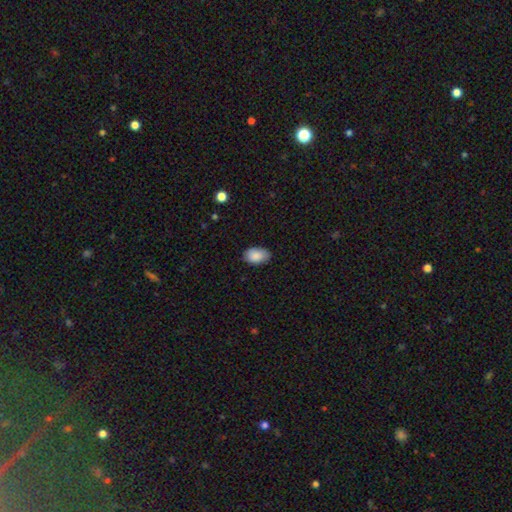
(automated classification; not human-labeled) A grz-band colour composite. It shows a smooth galaxy with no disk features (88%) that is in between round and cigar-shaped (91%). Merging: none (81%).